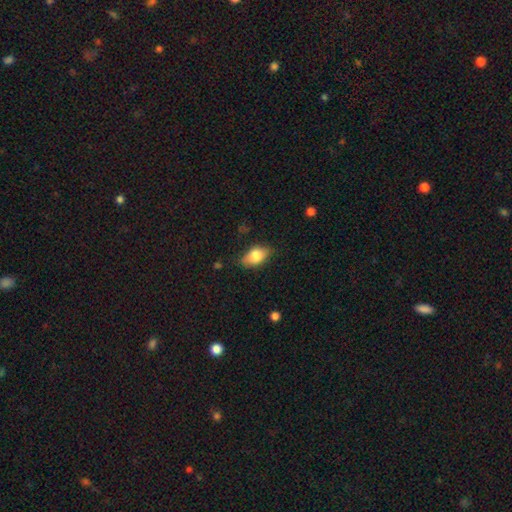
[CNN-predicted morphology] A smooth galaxy with no disk features (78%) that is in between round and cigar-shaped (86%). Merging: none (75%).